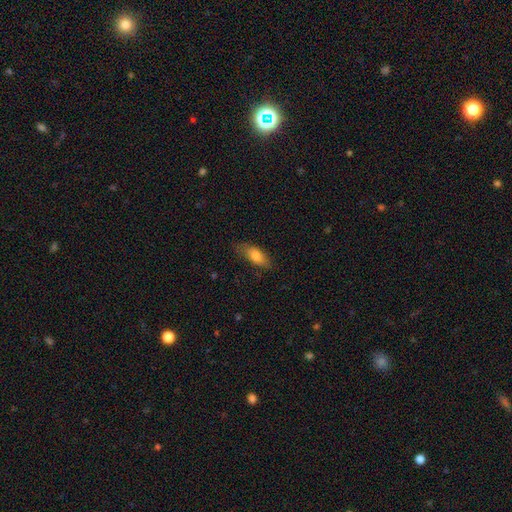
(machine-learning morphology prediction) smooth-or-featured: smooth: 78% | featured or disk: 15% | star or artifact: 7%
  how-rounded: in between: 77% | cigar-shaped: 20% | round: 3%
  merging: none: 72% | minor disturbance: 20% | major disturbance: 6% | merger: 1%